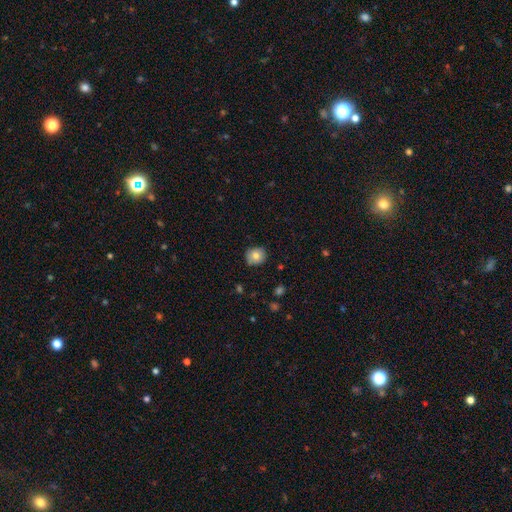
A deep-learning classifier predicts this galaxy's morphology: Overall: smooth (78%). How rounded: round (83%). Merging: none (84%).